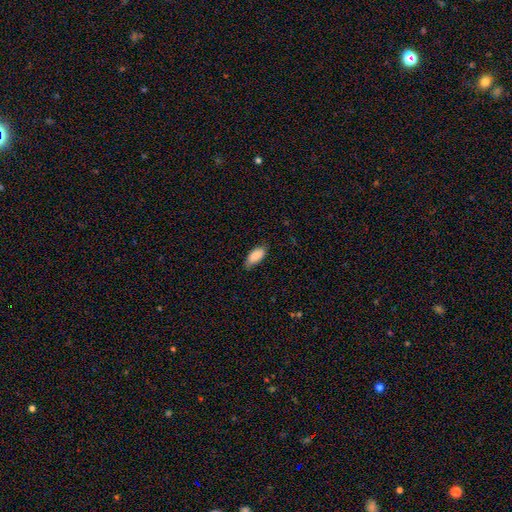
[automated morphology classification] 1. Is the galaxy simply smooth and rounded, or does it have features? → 87% smooth, 7% featured or disk, 6% star or artifact.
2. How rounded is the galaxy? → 88% in between, 10% cigar-shaped, 2% round.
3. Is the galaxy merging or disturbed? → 73% none, 23% minor disturbance, 4% major disturbance, 1% merger.